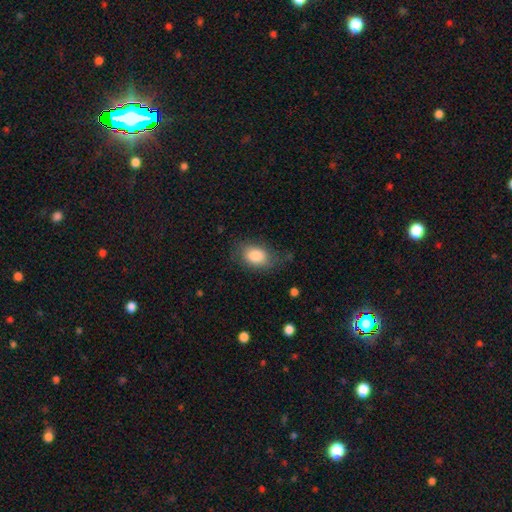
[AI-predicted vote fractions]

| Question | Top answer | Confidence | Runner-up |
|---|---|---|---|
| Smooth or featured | smooth | 84% | featured or disk (9%) |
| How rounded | in between | 83% | round (15%) |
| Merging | none | 70% | minor disturbance (20%) |